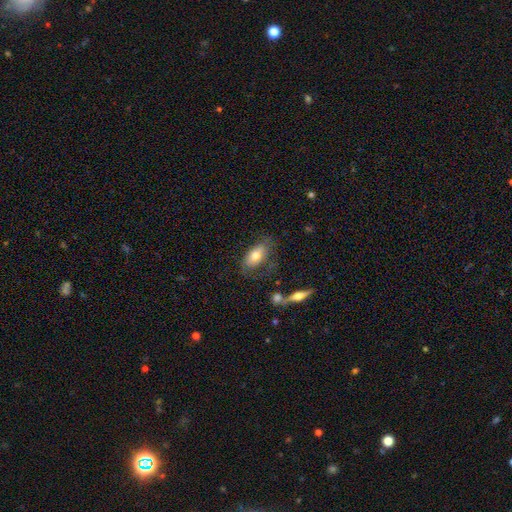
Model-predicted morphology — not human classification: Smooth or featured: smooth — 71% (featured or disk — 22%)
How rounded: in between — 88% (cigar-shaped — 7%)
Merging: none — 63% (minor disturbance — 22%)